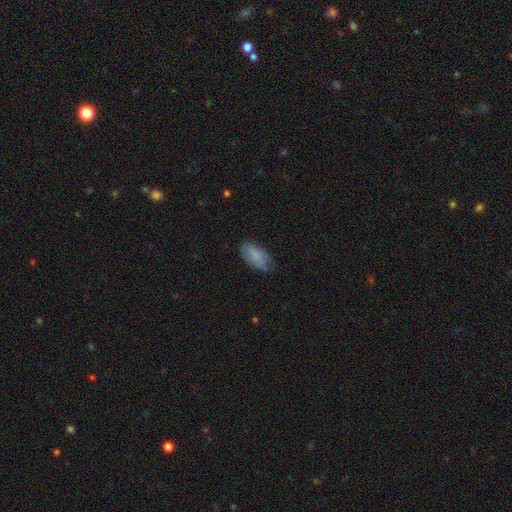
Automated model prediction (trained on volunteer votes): A smooth galaxy with no disk features (78%) that is in between round and cigar-shaped (93%). Merging: none (71%).